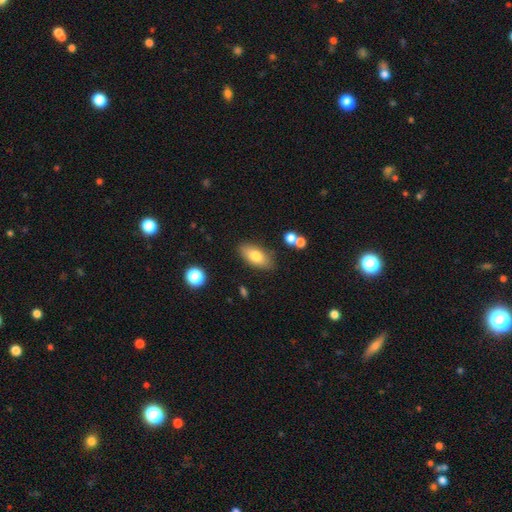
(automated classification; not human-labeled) smooth-or-featured: smooth: 76% | featured or disk: 16% | star or artifact: 8%
  how-rounded: in between: 87% | cigar-shaped: 9% | round: 4%
  merging: none: 82% | minor disturbance: 11% | merger: 4% | major disturbance: 3%